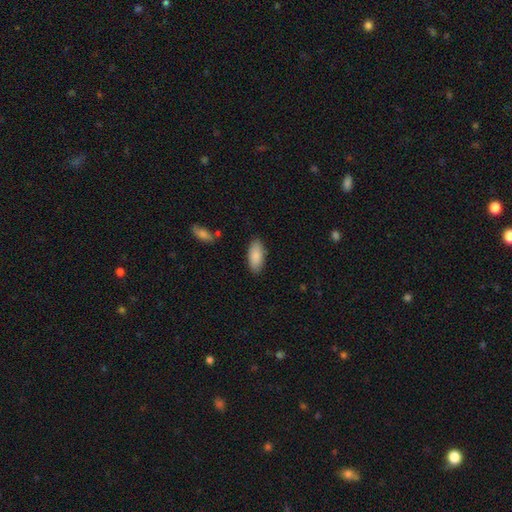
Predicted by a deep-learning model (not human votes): smooth-or-featured: smooth: 88% | featured or disk: 7% | star or artifact: 6%
  how-rounded: in between: 88% | cigar-shaped: 11% | round: 2%
  merging: none: 85% | minor disturbance: 11% | major disturbance: 2% | merger: 2%